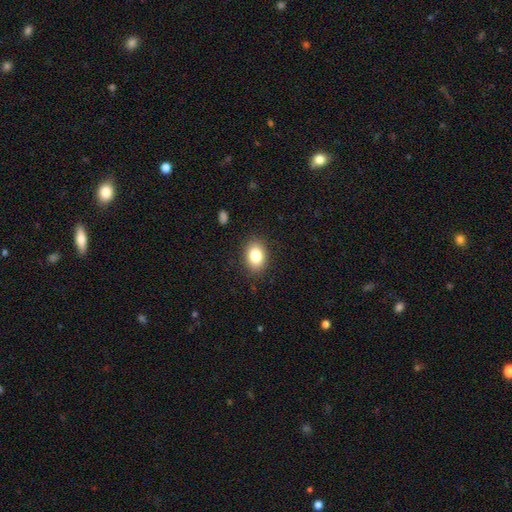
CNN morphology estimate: The model was most divided on "how rounded": in between: 78%, round: 20%, cigar-shaped: 1%. More confident: merging — none (87%); smooth or featured — smooth (83%).